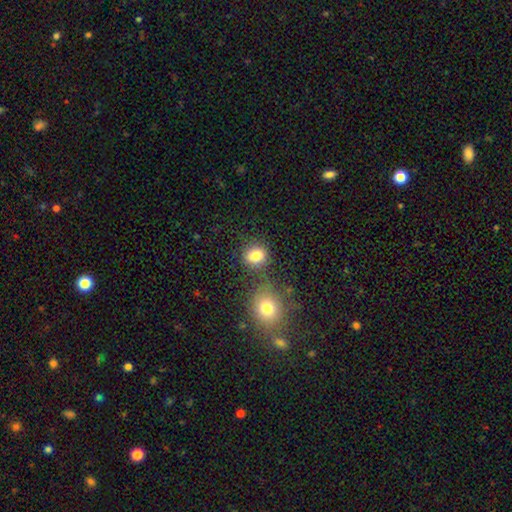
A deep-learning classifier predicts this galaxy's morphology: Smooth or featured? Predicted: smooth (p=0.83). How rounded? Predicted: round (p=0.57). Merging? Predicted: none (p=0.66).